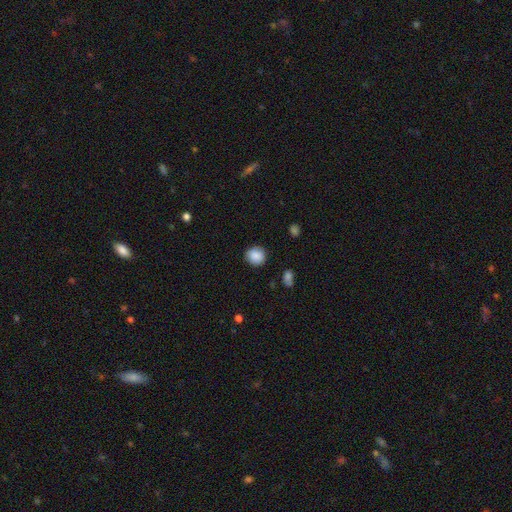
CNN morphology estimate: Q: Smooth or featured?
A: smooth (88%); runner-up: star or artifact (8%)
Q: How rounded?
A: round (88%); runner-up: in between (11%)
Q: Merging?
A: none (86%); runner-up: minor disturbance (10%)